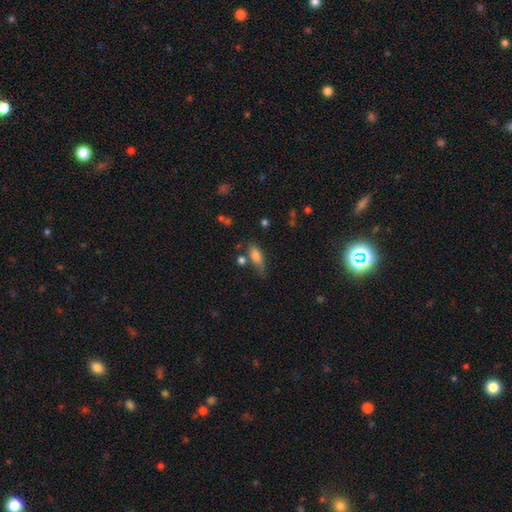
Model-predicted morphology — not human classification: smooth_or_featured: smooth (p=0.78) [alt: featured or disk p=0.13]
how_rounded: in between (p=0.69) [alt: cigar-shaped p=0.27]
merging: none (p=0.54) [alt: minor disturbance p=0.26]